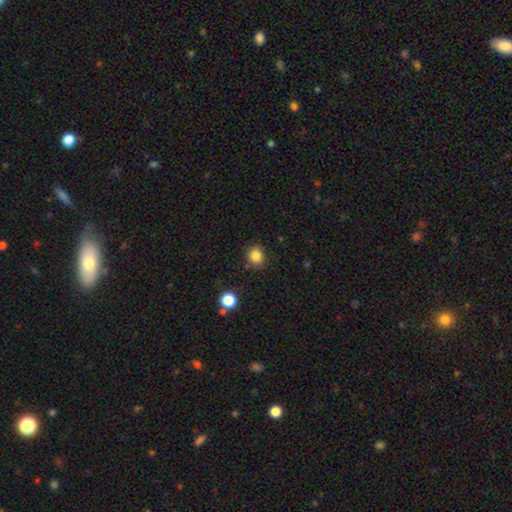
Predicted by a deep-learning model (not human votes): smooth 84%, star or artifact 12%, featured or disk 5%. Down the decision tree: how rounded — round (78%); merging — none (84%).